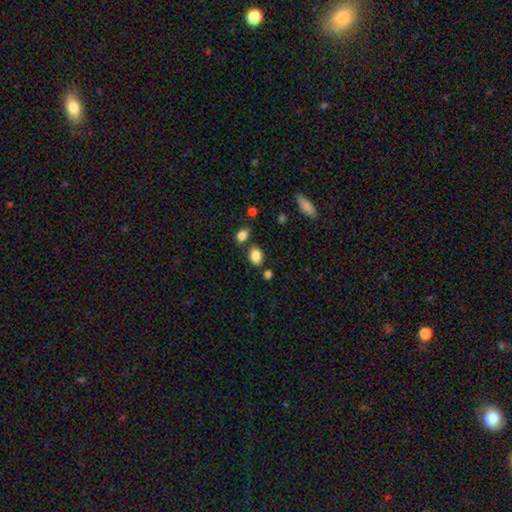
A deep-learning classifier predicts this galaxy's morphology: Smooth or featured: smooth — 85% (star or artifact — 9%)
How rounded: in between — 81% (round — 18%)
Merging: none — 74% (minor disturbance — 12%)